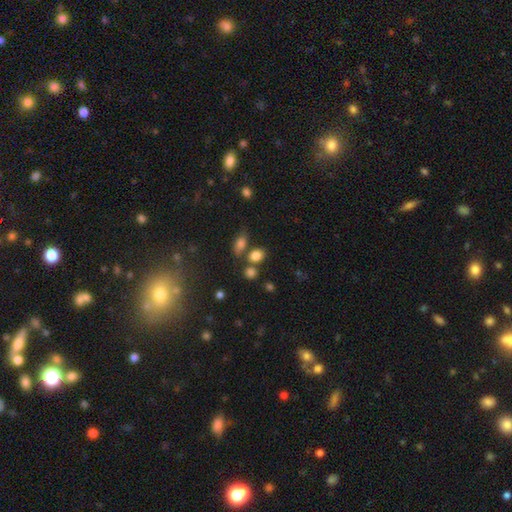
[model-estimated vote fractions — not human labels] Smooth or featured: smooth — 80% (star or artifact — 13%)
How rounded: in between — 61% (round — 38%)
Merging: none — 60% (merger — 22%)